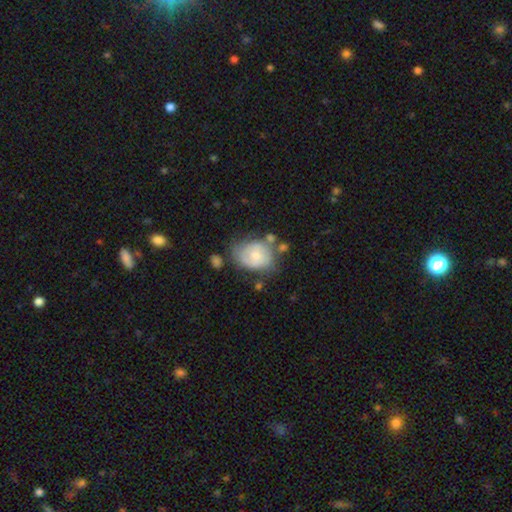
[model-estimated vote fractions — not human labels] Smooth or featured?
  - featured or disk: 49% *
  - smooth: 44%
  - star or artifact: 7%
Merging?
  - none: 48% *
  - minor disturbance: 29%
  - major disturbance: 15%
  - merger: 8%